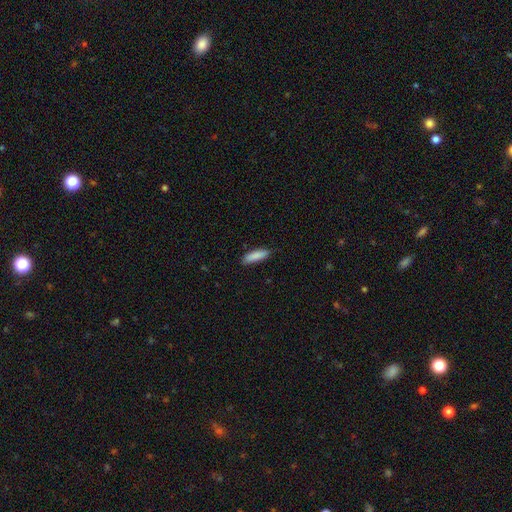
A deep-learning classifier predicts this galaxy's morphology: Overall: smooth (87%). How rounded: cigar-shaped (65%; in between 34%). Merging: none (83%).